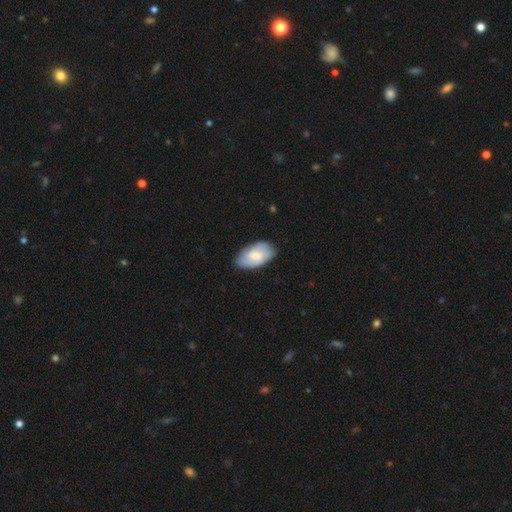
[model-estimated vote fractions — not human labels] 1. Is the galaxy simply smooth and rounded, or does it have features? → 61% smooth, 33% featured or disk, 6% star or artifact.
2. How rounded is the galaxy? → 95% in between, 3% round, 2% cigar-shaped.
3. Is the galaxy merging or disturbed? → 76% none, 19% minor disturbance, 4% major disturbance, 1% merger.